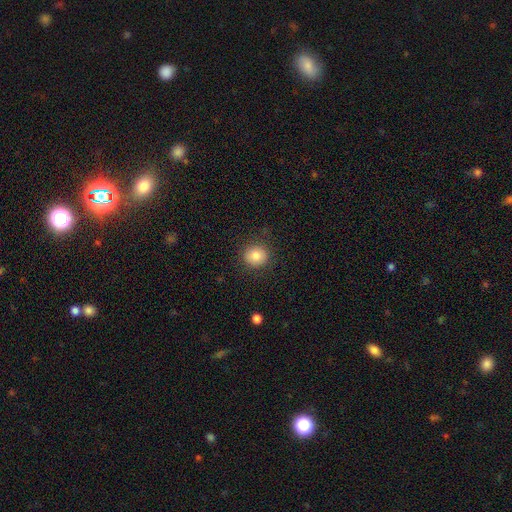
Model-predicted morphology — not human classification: Q: Smooth or featured?
A: smooth (82%); runner-up: star or artifact (10%)
Q: How rounded?
A: round (85%); runner-up: in between (14%)
Q: Merging?
A: none (88%); runner-up: minor disturbance (8%)